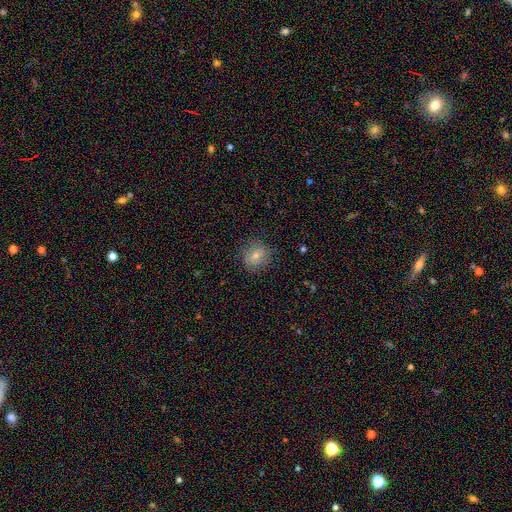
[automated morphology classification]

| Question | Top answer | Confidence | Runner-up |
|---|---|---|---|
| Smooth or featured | smooth | 54% | featured or disk (28%) |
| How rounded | round | 86% | in between (12%) |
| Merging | none | 84% | minor disturbance (11%) |